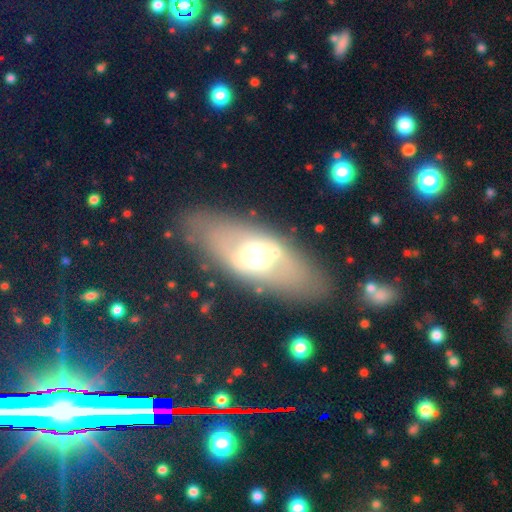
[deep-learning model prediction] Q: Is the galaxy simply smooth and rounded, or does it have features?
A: featured or disk — 49%.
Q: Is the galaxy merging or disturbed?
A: none — 81%.